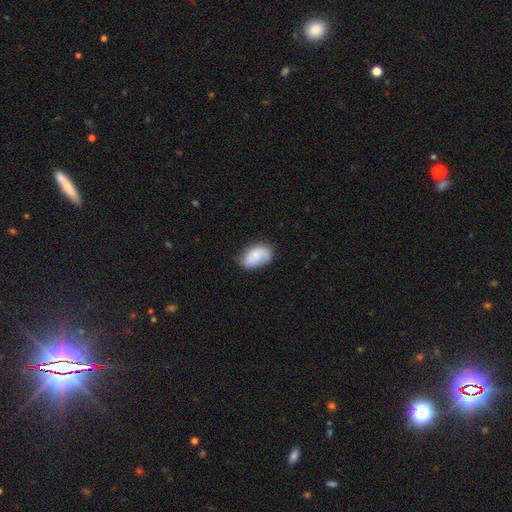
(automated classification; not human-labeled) The model was most divided on "merging": none: 57%, minor disturbance: 30%, major disturbance: 10%, merger: 3%. More confident: how rounded — in between (91%); smooth or featured — smooth (68%).